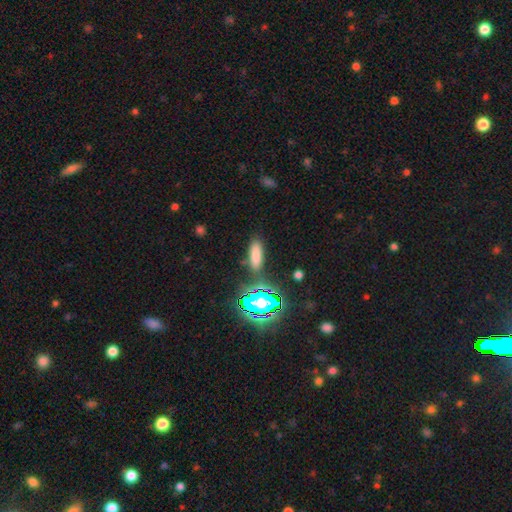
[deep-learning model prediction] The model was most divided on "how rounded": in between: 54%, cigar-shaped: 41%, round: 5%. More confident: merging — none (83%); smooth or featured — smooth (70%).